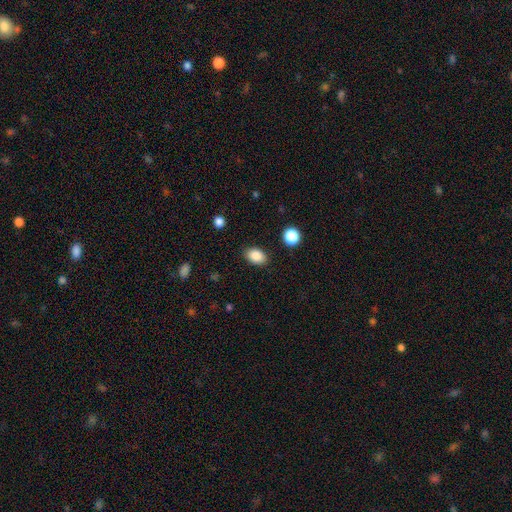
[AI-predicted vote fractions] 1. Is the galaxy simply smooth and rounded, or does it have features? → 87% smooth, 8% star or artifact, 4% featured or disk.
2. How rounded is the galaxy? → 83% in between, 16% round, 1% cigar-shaped.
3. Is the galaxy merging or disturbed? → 86% none, 10% minor disturbance, 3% major disturbance, 2% merger.